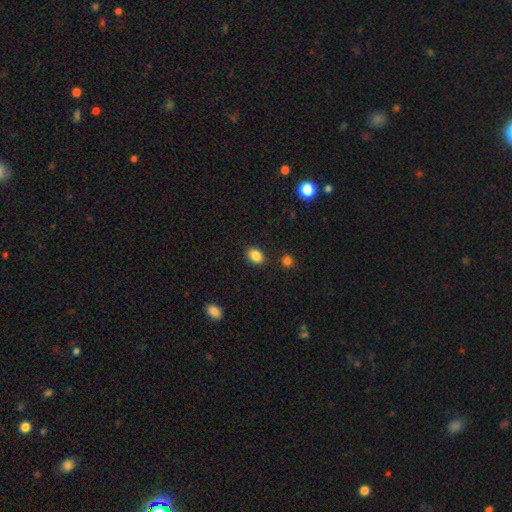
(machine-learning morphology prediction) A smooth galaxy with no disk features (86%) that is in between round and cigar-shaped (75%).

Vote fractions:
- Smooth or featured? smooth: 86% / star or artifact: 9% / featured or disk: 5%
- How rounded? in between: 75% / round: 24% / cigar-shaped: 1%
- Merging? none: 86% / minor disturbance: 9% / merger: 3% / major disturbance: 2%